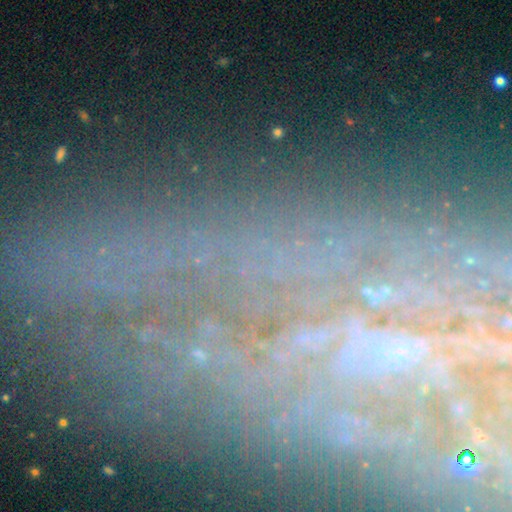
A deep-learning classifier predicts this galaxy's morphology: Q: Smooth or featured?
A: star or artifact (45%); runner-up: featured or disk (39%)